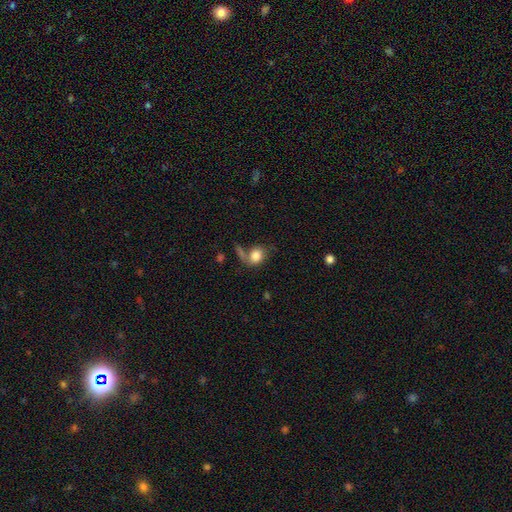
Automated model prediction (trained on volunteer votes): Overall: smooth (79%). How rounded: in between (55%; round 43%). Merging: none (42%; merger 23%).